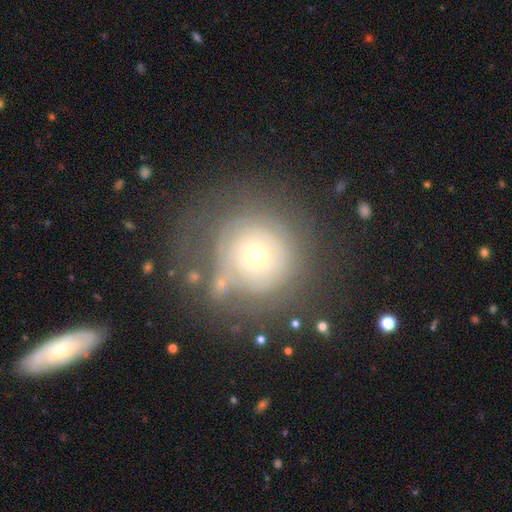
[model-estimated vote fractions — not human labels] featured or disk 52%, smooth 37%, star or artifact 11%. Down the decision tree: edge-on disk — no (96%); merging — none (62%).